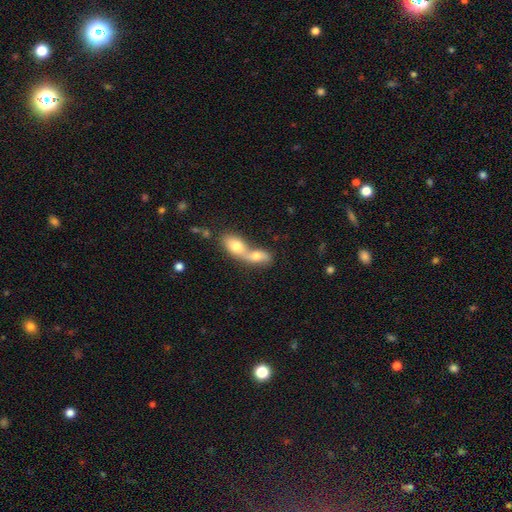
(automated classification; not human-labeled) Smooth or featured?
  - smooth: 56% *
  - featured or disk: 29%
  - star or artifact: 15%
How rounded?
  - in between: 53% *
  - round: 31%
  - cigar-shaped: 17%
Merging?
  - merger: 72% *
  - none: 18%
  - minor disturbance: 5%
  - major disturbance: 5%